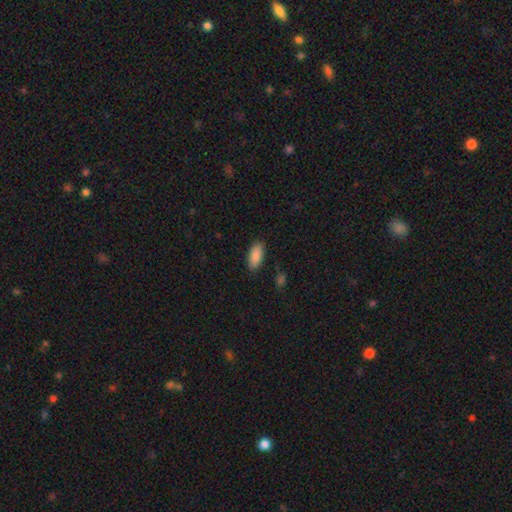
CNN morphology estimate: Q: Smooth or featured?
A: smooth (89%); runner-up: star or artifact (7%)
Q: How rounded?
A: in between (87%); runner-up: cigar-shaped (11%)
Q: Merging?
A: none (86%); runner-up: minor disturbance (10%)